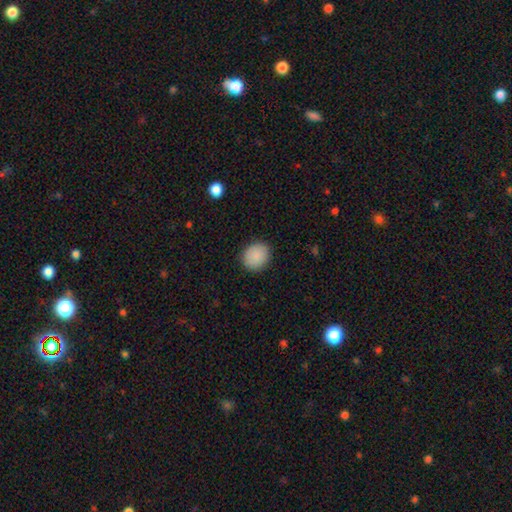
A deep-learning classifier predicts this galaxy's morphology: Smooth or featured: smooth — 89% (star or artifact — 7%)
How rounded: round — 70% (in between — 29%)
Merging: none — 89% (minor disturbance — 8%)